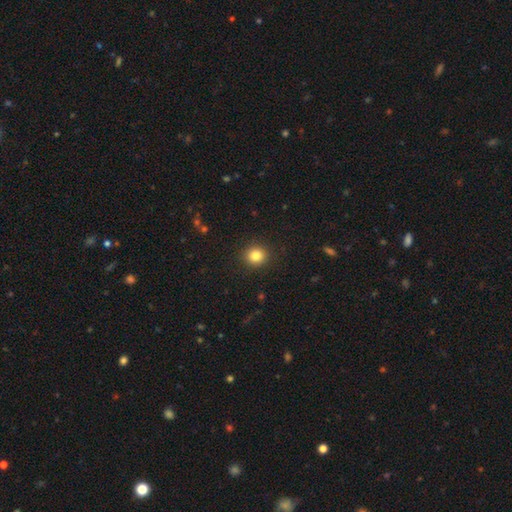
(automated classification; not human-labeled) Smooth or featured? Predicted: smooth (p=0.83). How rounded? Predicted: round (p=0.89). Merging? Predicted: none (p=0.91).